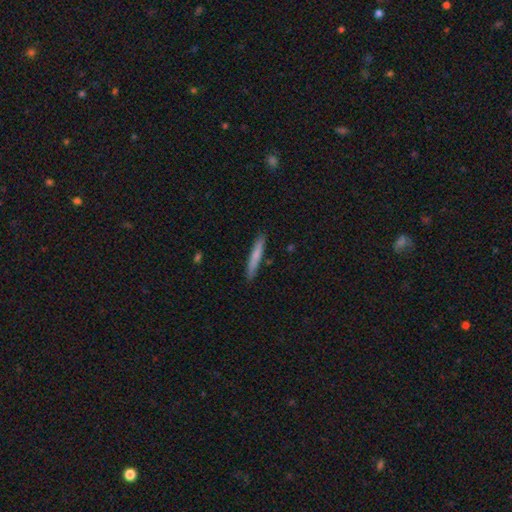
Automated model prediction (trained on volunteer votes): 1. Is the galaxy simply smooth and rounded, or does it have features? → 74% smooth, 20% featured or disk, 6% star or artifact.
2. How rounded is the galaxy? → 95% cigar-shaped, 4% in between, 1% round.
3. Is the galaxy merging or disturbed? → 87% none, 9% minor disturbance, 2% major disturbance, 2% merger.